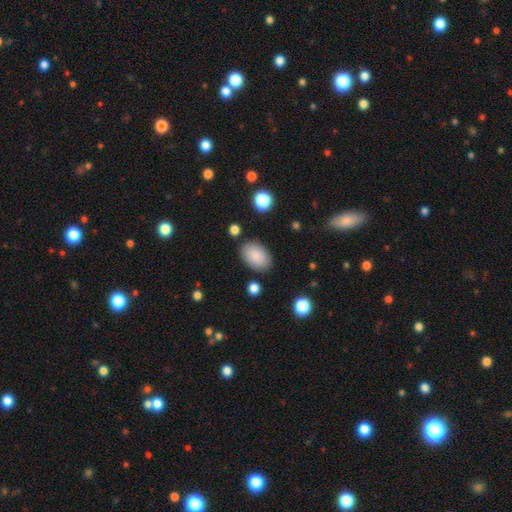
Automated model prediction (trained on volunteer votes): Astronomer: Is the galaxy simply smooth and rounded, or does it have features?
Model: smooth — 87%.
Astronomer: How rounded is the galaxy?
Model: in between — 89%.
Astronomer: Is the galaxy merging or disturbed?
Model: none — 85%.